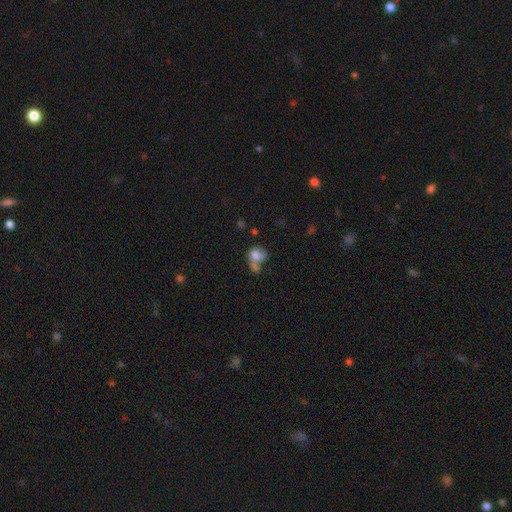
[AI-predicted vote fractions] Smooth or featured?
  - smooth: 69% *
  - featured or disk: 21%
  - star or artifact: 10%
How rounded?
  - round: 52% *
  - in between: 47%
  - cigar-shaped: 1%
Merging?
  - merger: 45% *
  - none: 25%
  - major disturbance: 15%
  - minor disturbance: 15%